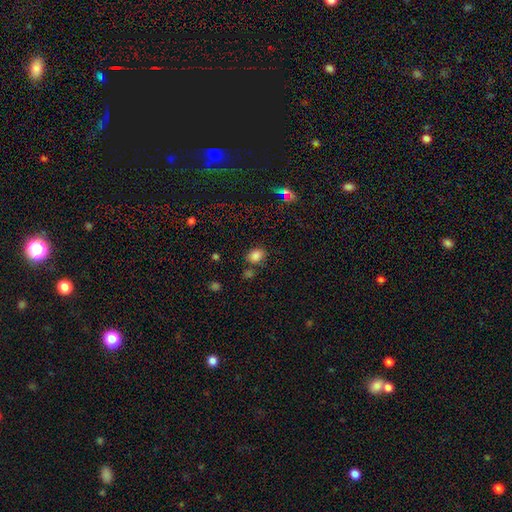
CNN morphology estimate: Overall: smooth (82%). How rounded: in between (52%; round 47%). Merging: none (73%).